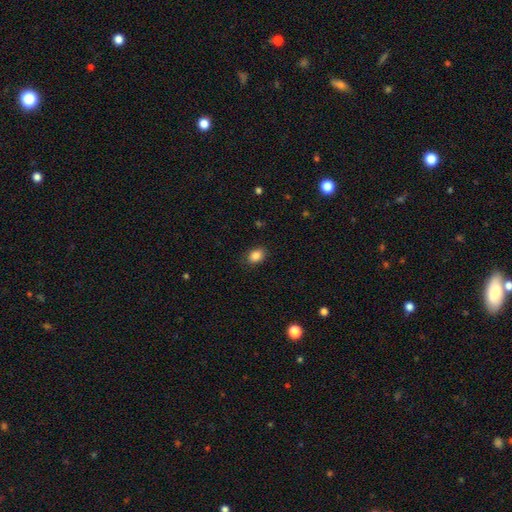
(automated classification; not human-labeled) Smooth or featured? Predicted: smooth (p=0.86). How rounded? Predicted: in between (p=0.69). Merging? Predicted: none (p=0.85).